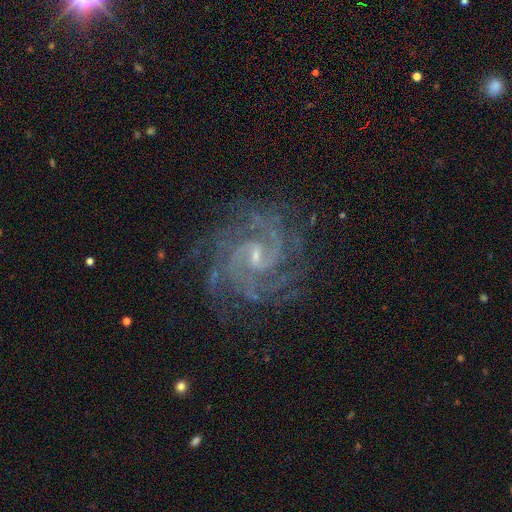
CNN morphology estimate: A featured or disk galaxy (89%) with a weak bar (52%), 2 (25%) tight (64%) spiral arms (99%) and a small central bulge (71%). Merging: none (80%).